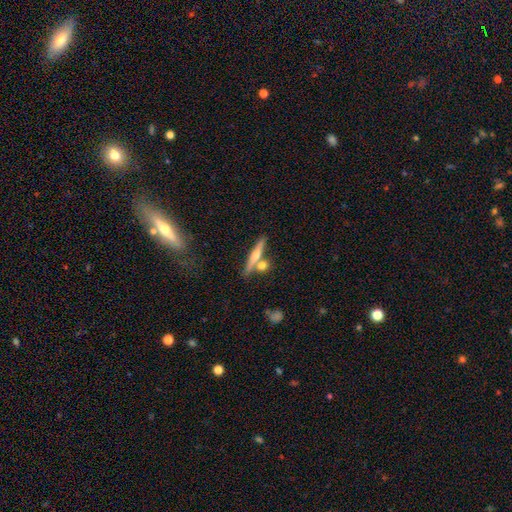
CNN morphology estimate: A featured or disk galaxy (59%) viewed edge-on (95%) with a rounded central bulge (88%). Merging: none (67%).